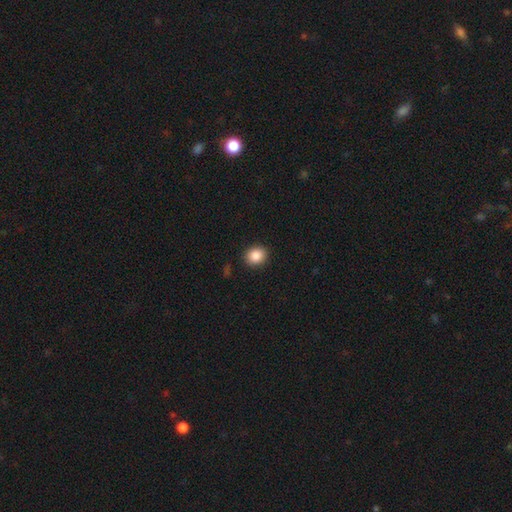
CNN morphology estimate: A smooth galaxy with no disk features (87%) that is round (71%). Merging: none (90%).